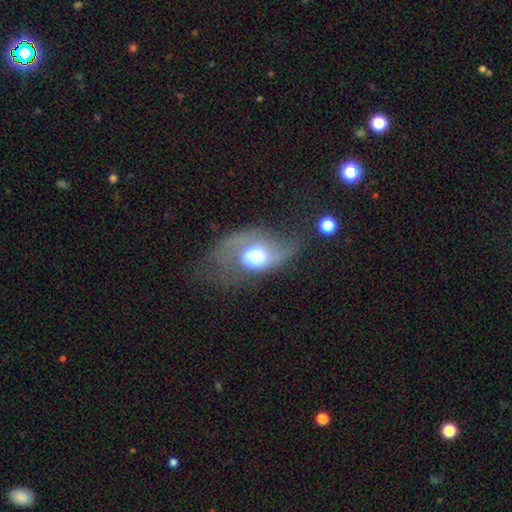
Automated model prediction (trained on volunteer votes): smooth-or-featured: featured or disk: 62% | smooth: 30% | star or artifact: 8%
  disk-edge-on: no: 95% | yes: 5%
    bar: no: 67% | weak: 26% | strong: 7%
    has-spiral-arms: yes: 80% | no: 20%
    bulge-size: moderate: 46% | large: 39% | dominant: 9% | small: 5% | none: 1%
  merging: major disturbance: 45% | none: 30% | minor disturbance: 21% | merger: 5%